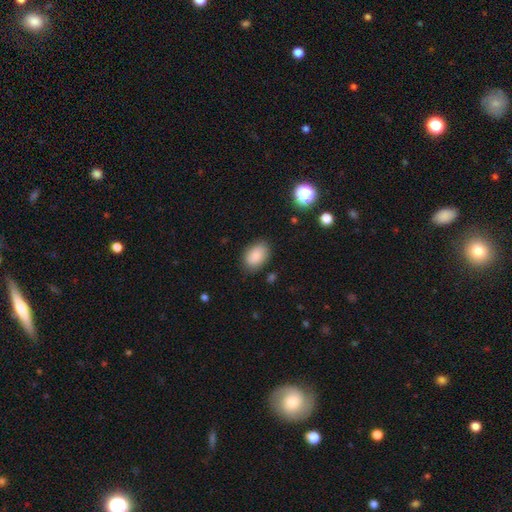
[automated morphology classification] smooth-or-featured: smooth: 85% | star or artifact: 8% | featured or disk: 8%
  how-rounded: in between: 86% | round: 13% | cigar-shaped: 1%
  merging: none: 80% | minor disturbance: 15% | major disturbance: 4% | merger: 2%